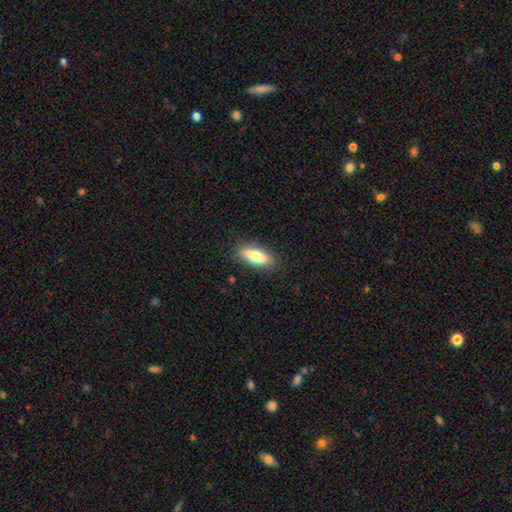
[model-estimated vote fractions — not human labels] Smooth or featured? Predicted: smooth (p=0.75). How rounded? Predicted: in between (p=0.60). Merging? Predicted: none (p=0.86).